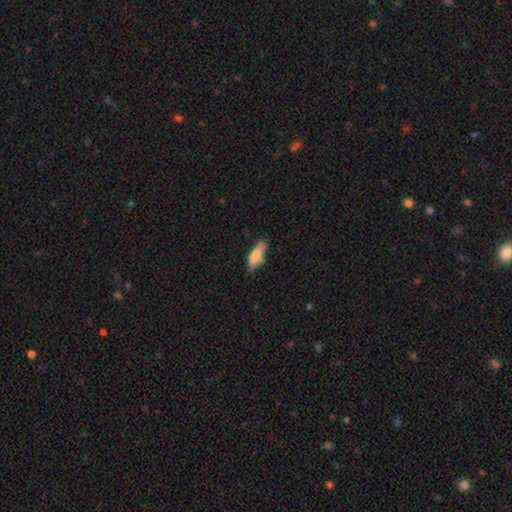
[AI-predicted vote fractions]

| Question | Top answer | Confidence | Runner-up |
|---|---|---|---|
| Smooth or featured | smooth | 79% | featured or disk (14%) |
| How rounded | in between | 59% | cigar-shaped (39%) |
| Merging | none | 58% | minor disturbance (29%) |